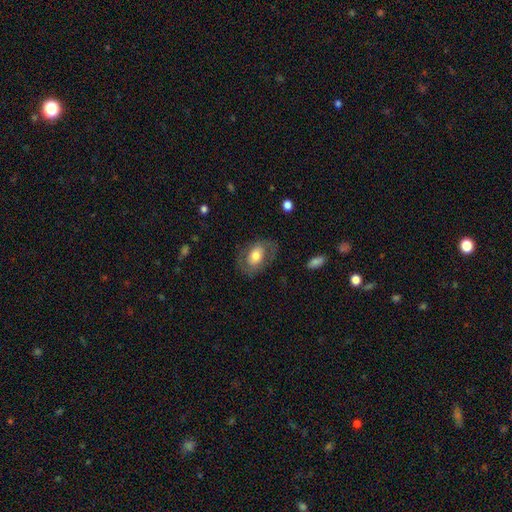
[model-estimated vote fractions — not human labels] A smooth galaxy with no disk features (53%) that is in between round and cigar-shaped (82%). Merging: none (71%).